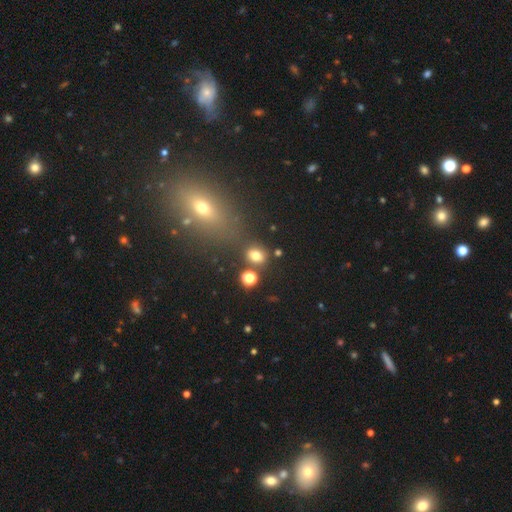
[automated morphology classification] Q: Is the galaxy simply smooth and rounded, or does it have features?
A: smooth — 75%.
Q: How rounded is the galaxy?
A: in between — 50%.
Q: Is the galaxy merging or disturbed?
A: none — 73%.